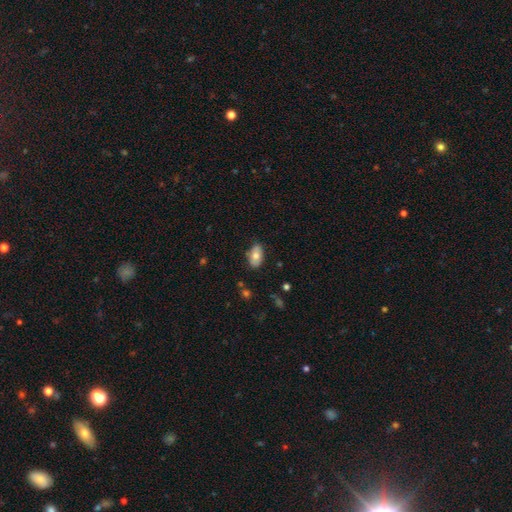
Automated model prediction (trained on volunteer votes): Overall: smooth (72%). How rounded: in between (93%). Merging: none (80%).